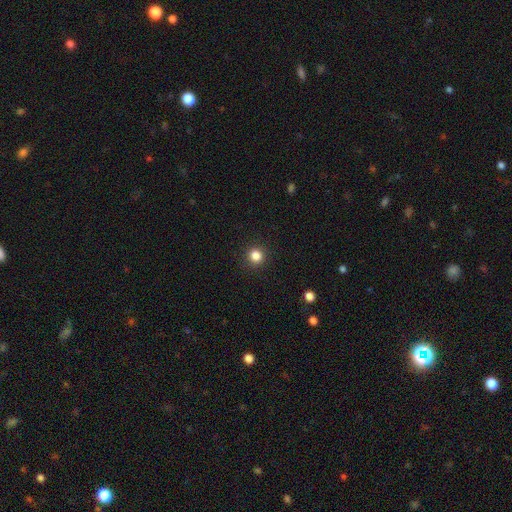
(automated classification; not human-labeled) A smooth galaxy with no disk features (83%) that is round (93%).

Vote fractions:
- Smooth or featured? smooth: 83% / star or artifact: 12% / featured or disk: 4%
- How rounded? round: 93% / in between: 6% / cigar-shaped: 1%
- Merging? none: 92% / minor disturbance: 5% / major disturbance: 2% / merger: 1%